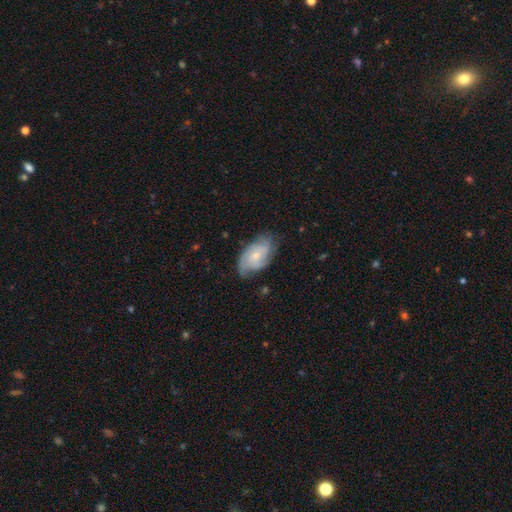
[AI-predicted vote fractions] The model was most divided on "spiral arm count": can't tell: 32%, 2: 25%, 3: 25%, 4: 9%, 1: 5%, more than 4: 4%. Remaining: edge-on disk — no (96%); spiral arms — yes (91%); bar — no (73%); merging — none (67%); smooth or featured — featured or disk (67%); bulge size — small (58%); spiral winding — tight (49%).